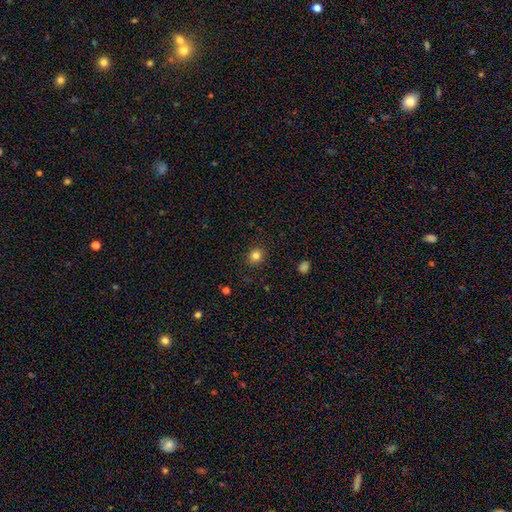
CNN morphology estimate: smooth 83%, star or artifact 13%, featured or disk 5%. Down the decision tree: how rounded — round (84%); merging — none (90%).